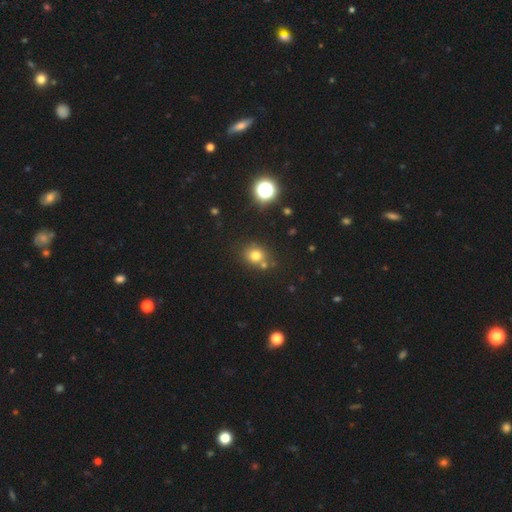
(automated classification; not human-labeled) Smooth or featured? smooth (75%)
How rounded? round (78%)
Merging? none (70%)